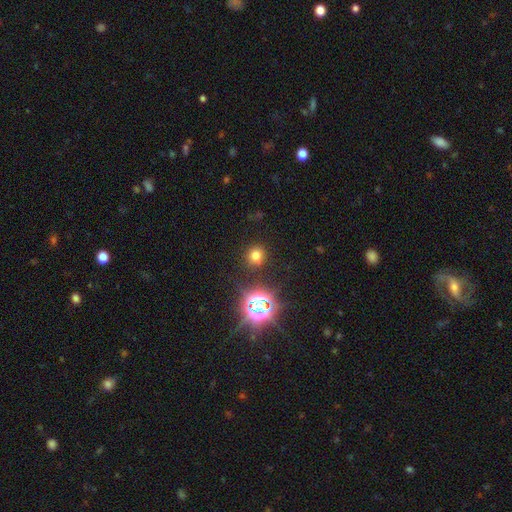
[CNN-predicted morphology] smooth 69%, star or artifact 24%, featured or disk 7%. Down the decision tree: how rounded — round (84%); merging — none (87%).